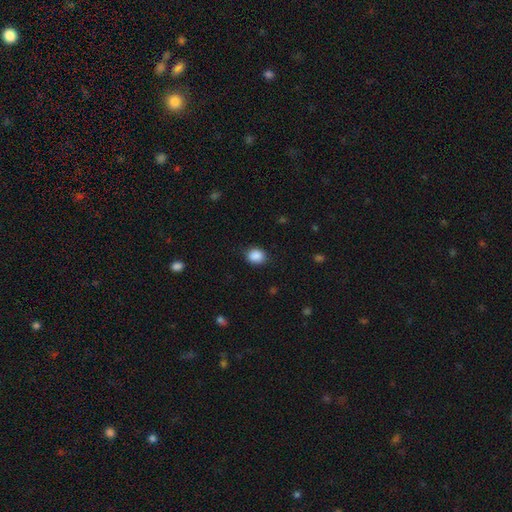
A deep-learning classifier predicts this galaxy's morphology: smooth_or_featured: smooth (p=0.89) [alt: star or artifact p=0.08]
how_rounded: round (p=0.57) [alt: in between p=0.42]
merging: none (p=0.84) [alt: minor disturbance p=0.12]